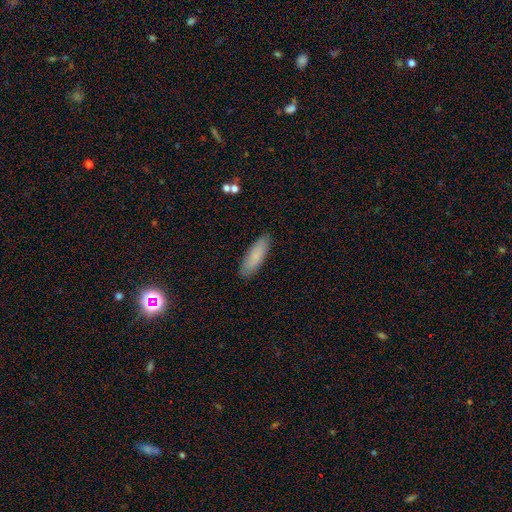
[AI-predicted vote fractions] A smooth galaxy with no disk features (83%) that is in between round and cigar-shaped (52%). Merging: none (87%).